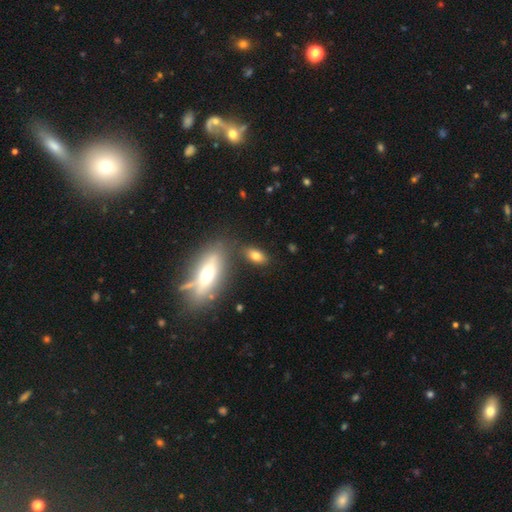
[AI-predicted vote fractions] The model was most divided on "smooth or featured": smooth: 77%, featured or disk: 15%, star or artifact: 8%. More confident: how rounded — in between (82%); merging — none (76%).